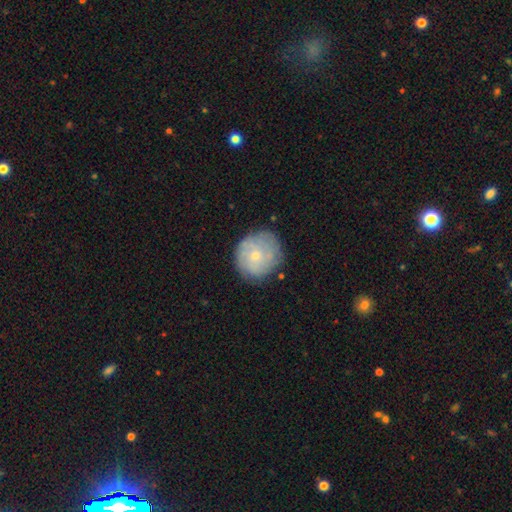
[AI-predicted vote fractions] The model was most divided on "smooth or featured": smooth: 48%, featured or disk: 44%, star or artifact: 8%. More confident: merging — none (74%).